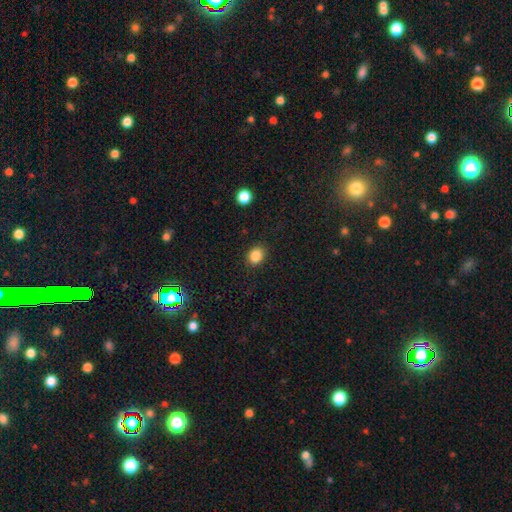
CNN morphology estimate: Smooth or featured: smooth — 86% (star or artifact — 10%)
How rounded: round — 52% (in between — 47%)
Merging: none — 88% (minor disturbance — 9%)